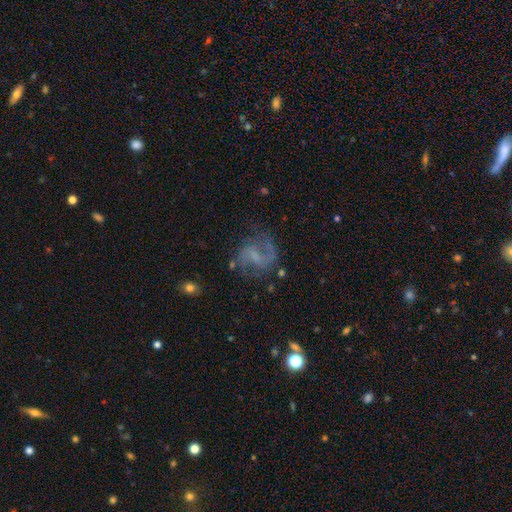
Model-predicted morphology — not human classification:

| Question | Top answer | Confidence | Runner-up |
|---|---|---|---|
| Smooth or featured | featured or disk | 79% | smooth (12%) |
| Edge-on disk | no | 98% | yes (2%) |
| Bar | weak | 53% | no (30%) |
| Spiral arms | yes | 93% | no (7%) |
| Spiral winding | medium | 48% | loose (40%) |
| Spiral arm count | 2 | 85% | can't tell (6%) |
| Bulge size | small | 45% | none (35%) |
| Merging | none | 65% | minor disturbance (18%) |